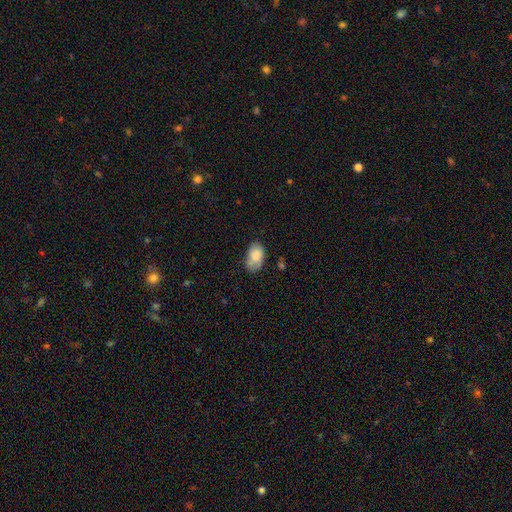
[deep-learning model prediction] Smooth or featured?
  - smooth: 79% *
  - featured or disk: 14%
  - star or artifact: 7%
How rounded?
  - in between: 92% *
  - round: 7%
  - cigar-shaped: 1%
Merging?
  - none: 61% *
  - minor disturbance: 29%
  - major disturbance: 7%
  - merger: 4%